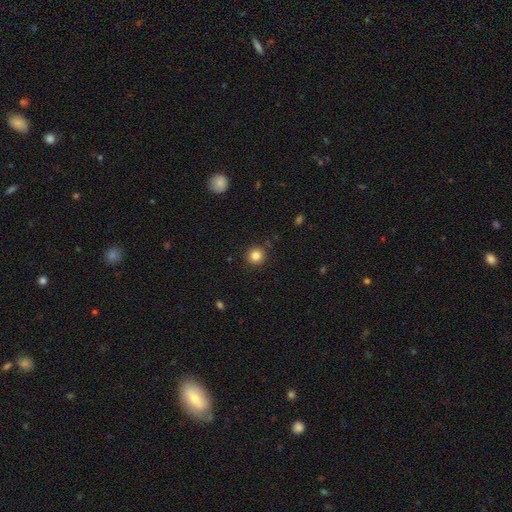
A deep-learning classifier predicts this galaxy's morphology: Smooth or featured? Predicted: smooth (p=0.84). How rounded? Predicted: round (p=0.93). Merging? Predicted: none (p=0.90).